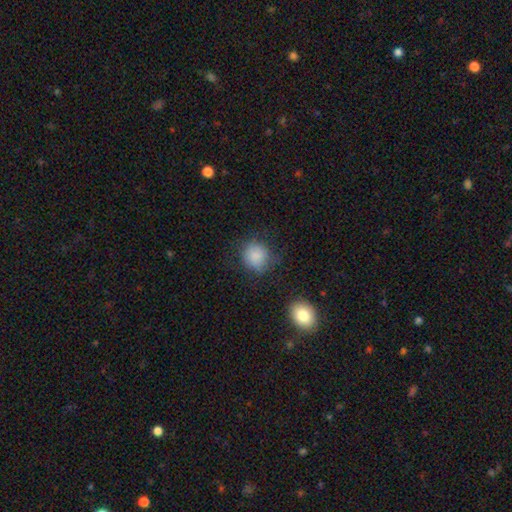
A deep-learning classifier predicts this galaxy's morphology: This is clearly a smooth galaxy (82%). How rounded: clearly round (83%). Merging: likely none (67%).